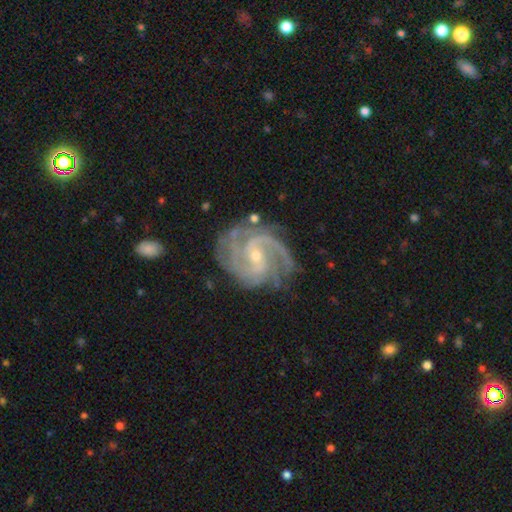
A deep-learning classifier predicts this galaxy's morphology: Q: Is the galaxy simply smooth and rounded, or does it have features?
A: featured or disk — 92%.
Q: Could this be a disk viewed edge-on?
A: no — 98%.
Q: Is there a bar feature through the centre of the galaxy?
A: weak — 44%.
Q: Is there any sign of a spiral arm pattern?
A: yes — 98%.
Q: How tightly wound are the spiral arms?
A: tight — 46%, tied with medium.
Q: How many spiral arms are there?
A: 2 — 34%.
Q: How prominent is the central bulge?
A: small — 71%.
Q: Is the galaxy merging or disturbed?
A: none — 72%.